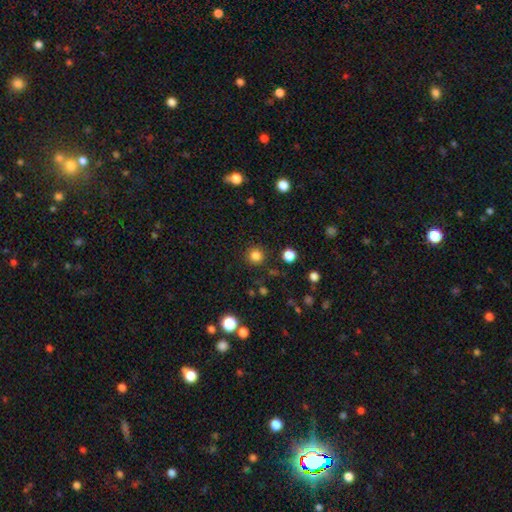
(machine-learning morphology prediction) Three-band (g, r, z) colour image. It shows a smooth galaxy with no disk features (83%) that is round (95%). Merging: none (90%).